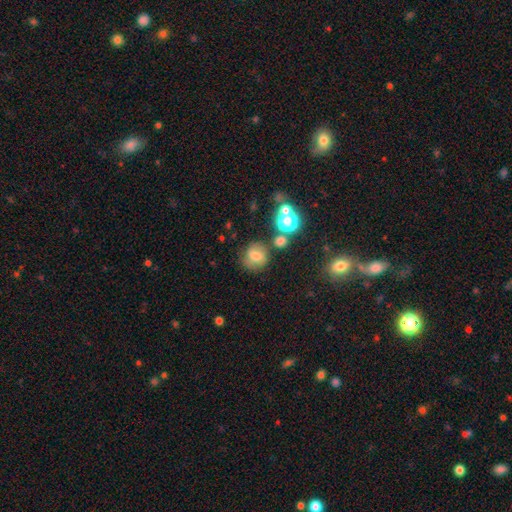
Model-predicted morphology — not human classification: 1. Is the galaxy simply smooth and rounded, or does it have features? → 65% smooth, 18% featured or disk, 17% star or artifact.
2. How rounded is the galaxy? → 78% round, 21% in between, 1% cigar-shaped.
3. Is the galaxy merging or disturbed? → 65% none, 18% minor disturbance, 10% merger, 8% major disturbance.